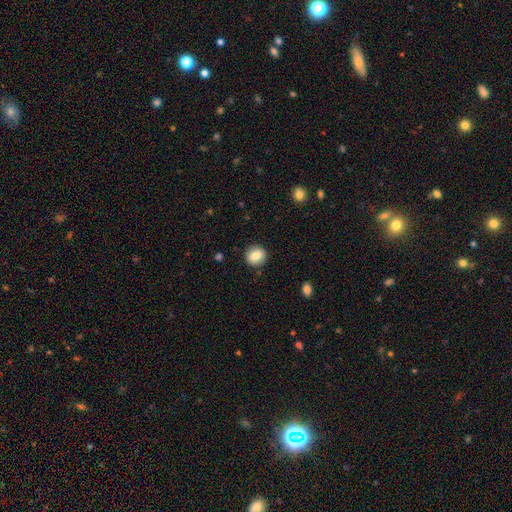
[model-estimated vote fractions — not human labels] smooth_or_featured: smooth (p=0.84) [alt: star or artifact p=0.08]
how_rounded: round (p=0.81) [alt: in between p=0.18]
merging: none (p=0.90) [alt: minor disturbance p=0.07]